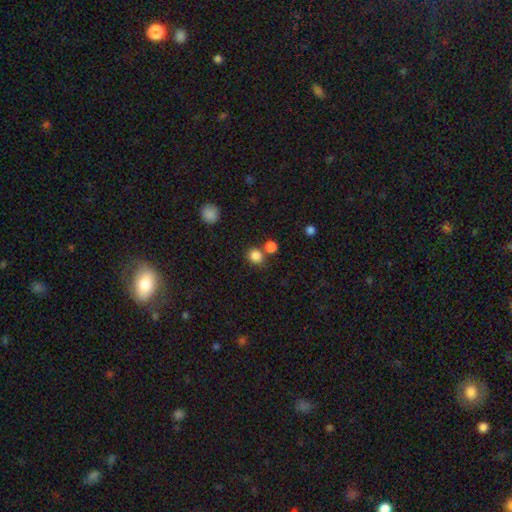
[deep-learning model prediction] smooth-or-featured: smooth: 84% | star or artifact: 12% | featured or disk: 4%
  how-rounded: round: 85% | in between: 14% | cigar-shaped: 1%
  merging: none: 68% | merger: 20% | minor disturbance: 9% | major disturbance: 3%